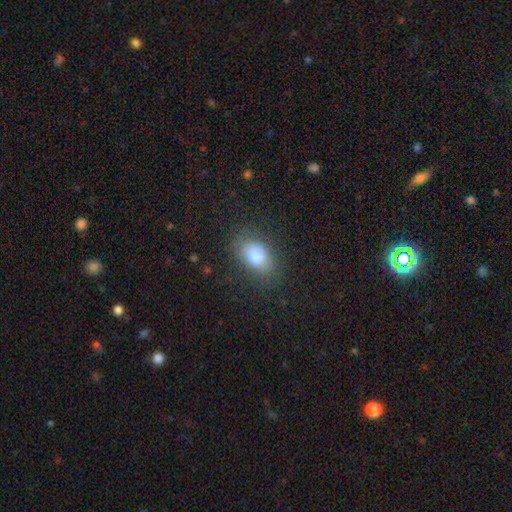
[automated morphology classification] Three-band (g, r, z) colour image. It shows a smooth galaxy with no disk features (82%) that is in between round and cigar-shaped (87%). Merging: none (75%).